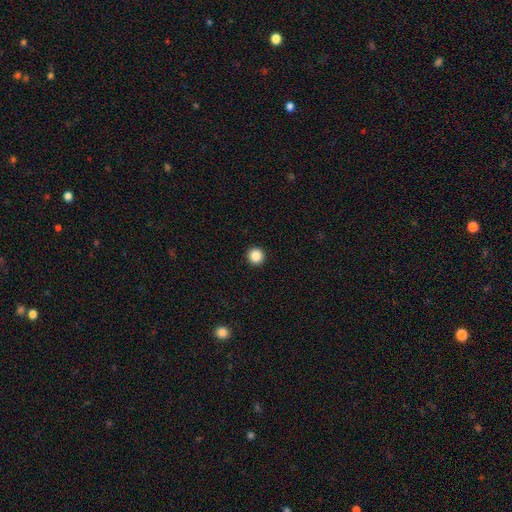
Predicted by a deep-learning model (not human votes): A smooth galaxy with no disk features (87%) that is round (95%).

Vote fractions:
- Smooth or featured? smooth: 87% / star or artifact: 10% / featured or disk: 3%
- How rounded? round: 95% / in between: 4% / cigar-shaped: 1%
- Merging? none: 94% / minor disturbance: 4% / major disturbance: 1% / merger: 1%